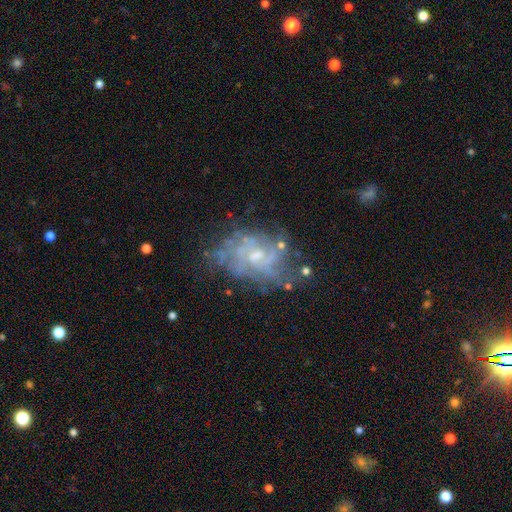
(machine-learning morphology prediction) featured or disk 76%, smooth 13%, star or artifact 11%. Down the decision tree: edge-on disk — no (97%); bar — no (67%); spiral arms — yes (69%); spiral arm count — can't tell (54%); spiral winding — tight (45%); bulge size — small (53%); merging — none (58%).